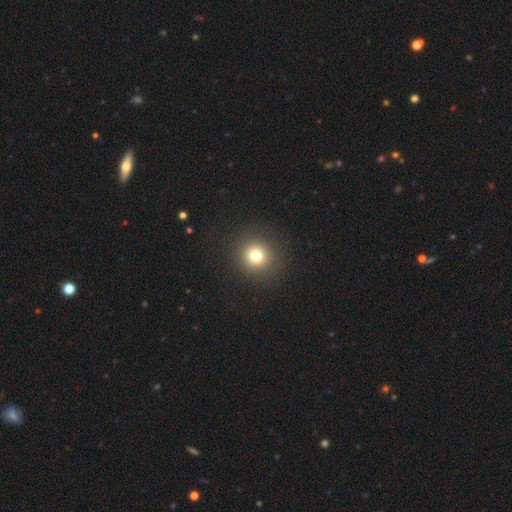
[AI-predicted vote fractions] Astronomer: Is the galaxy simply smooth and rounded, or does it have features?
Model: smooth — 76%.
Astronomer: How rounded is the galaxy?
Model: round — 93%.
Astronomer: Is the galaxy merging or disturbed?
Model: none — 90%.